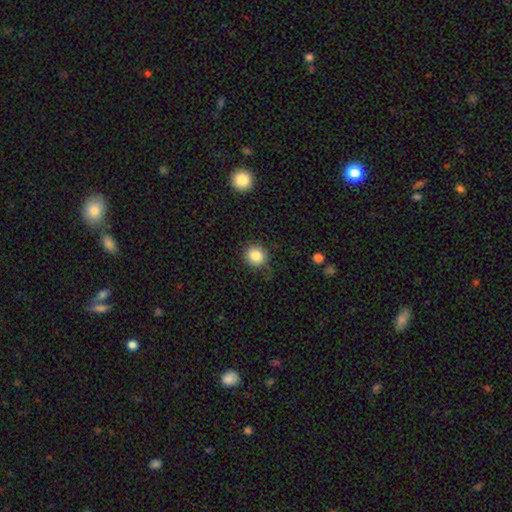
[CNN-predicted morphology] Smooth or featured?
  - smooth: 84% *
  - star or artifact: 10%
  - featured or disk: 6%
How rounded?
  - round: 90% *
  - in between: 9%
  - cigar-shaped: 1%
Merging?
  - none: 84% *
  - minor disturbance: 11%
  - major disturbance: 3%
  - merger: 2%